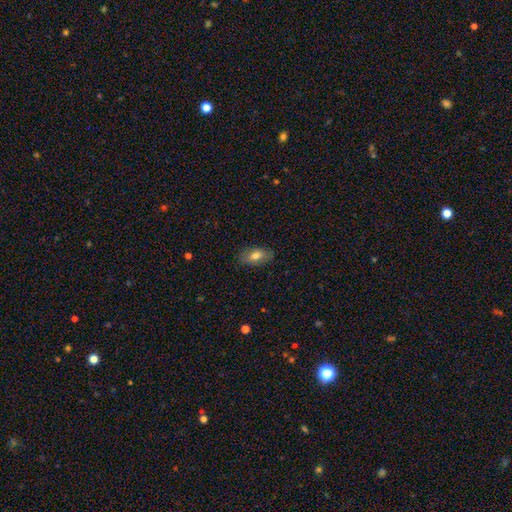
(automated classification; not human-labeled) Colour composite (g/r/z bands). It shows a smooth galaxy with no disk features (75%) that is in between round and cigar-shaped (89%). Merging: none (85%).